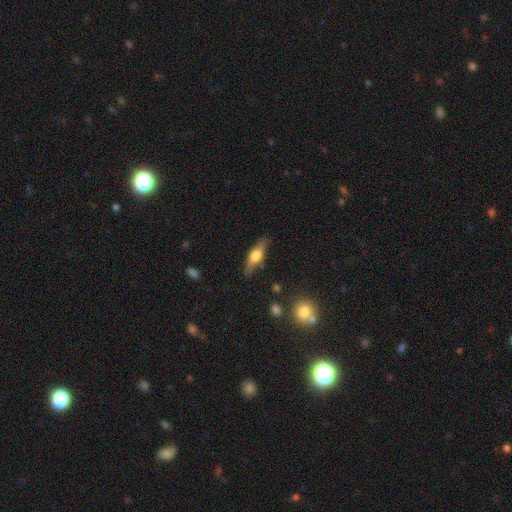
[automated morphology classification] A featured or disk galaxy (51%) viewed edge-on (91%). Merging: none (84%).